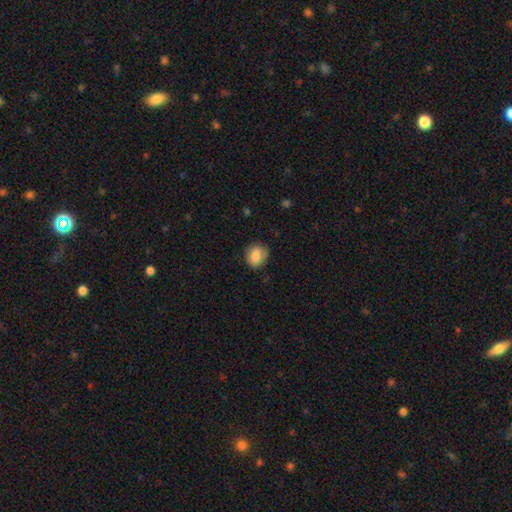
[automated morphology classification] The model was most divided on "how rounded": round: 57%, in between: 42%, cigar-shaped: 1%. More confident: smooth or featured — smooth (83%); merging — none (77%).